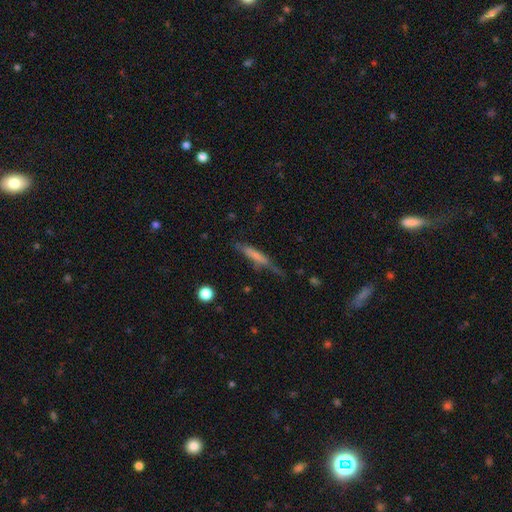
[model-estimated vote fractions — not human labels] smooth_or_featured: smooth (p=0.55) [alt: featured or disk p=0.36]
how_rounded: cigar-shaped (p=0.89) [alt: in between p=0.09]
merging: none (p=0.55) [alt: minor disturbance p=0.29]